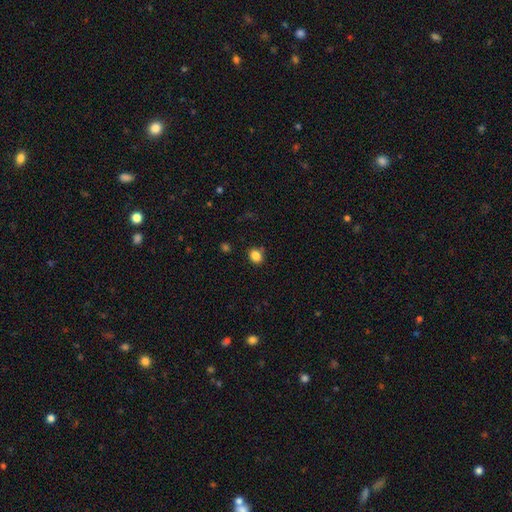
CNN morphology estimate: This appears to be a smooth galaxy with no disk features (84%) that is round (65%). Merging: none (84%).